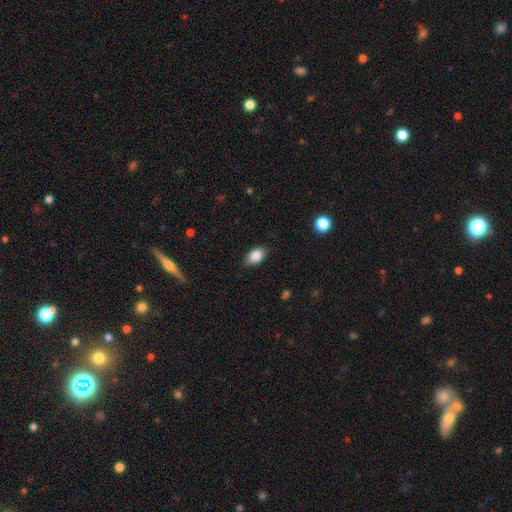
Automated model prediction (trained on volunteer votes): Smooth or featured: smooth — 87% (star or artifact — 8%)
How rounded: in between — 90% (round — 9%)
Merging: none — 85% (minor disturbance — 12%)